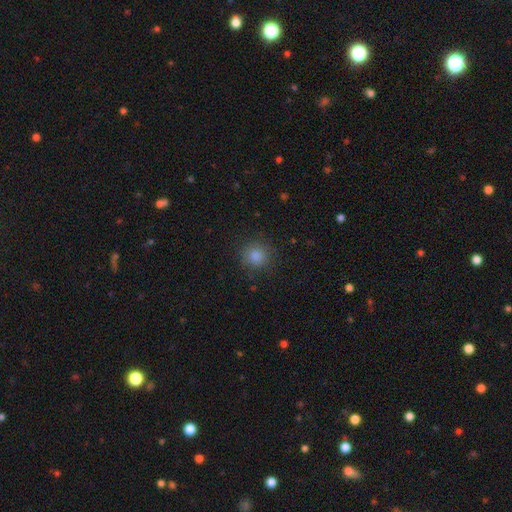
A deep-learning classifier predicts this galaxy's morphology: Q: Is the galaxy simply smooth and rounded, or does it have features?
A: smooth — 81%.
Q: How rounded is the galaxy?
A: round — 92%.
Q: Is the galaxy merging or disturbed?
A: none — 88%.